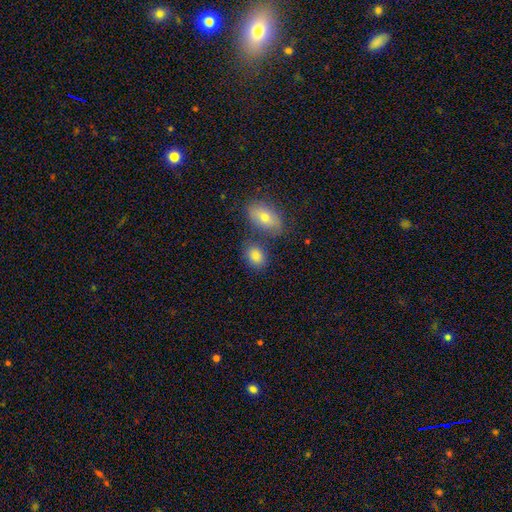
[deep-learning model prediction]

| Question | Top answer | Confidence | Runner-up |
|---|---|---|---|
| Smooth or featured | smooth | 84% | star or artifact (9%) |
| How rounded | in between | 75% | round (24%) |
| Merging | none | 65% | merger (18%) |